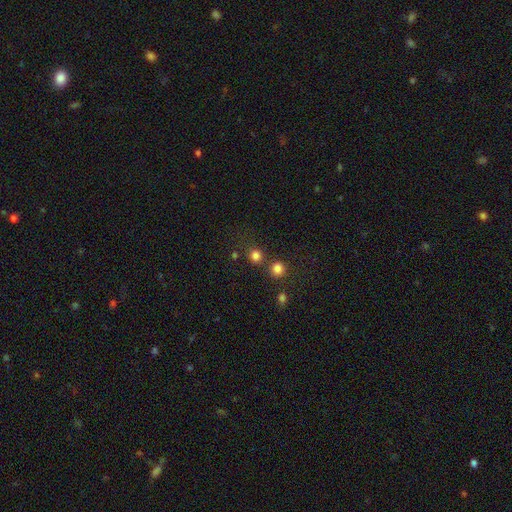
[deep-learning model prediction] This appears to be a smooth galaxy with no disk features (78%) that is round (89%). Merging: none (73%).